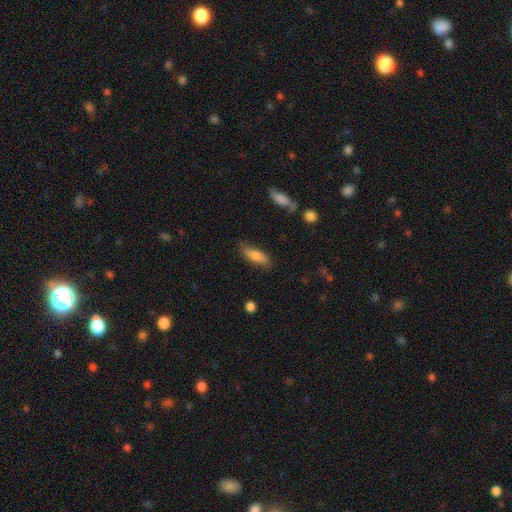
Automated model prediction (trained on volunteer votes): smooth 73%, featured or disk 20%, star or artifact 7%. Down the decision tree: how rounded — in between (53%); merging — none (76%).